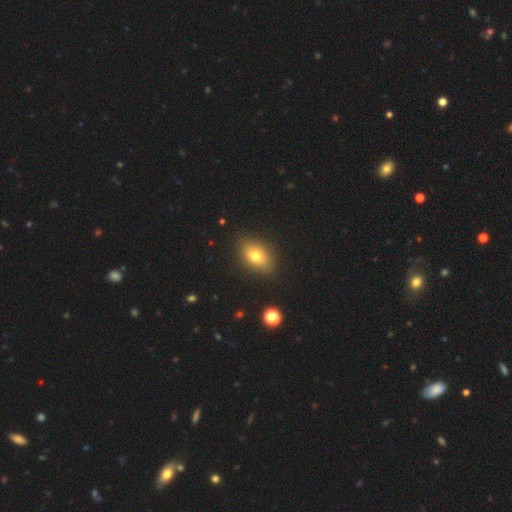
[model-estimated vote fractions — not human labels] smooth-or-featured: smooth: 74% | featured or disk: 15% | star or artifact: 10%
  how-rounded: in between: 84% | round: 13% | cigar-shaped: 3%
  merging: none: 86% | minor disturbance: 10% | major disturbance: 3% | merger: 1%